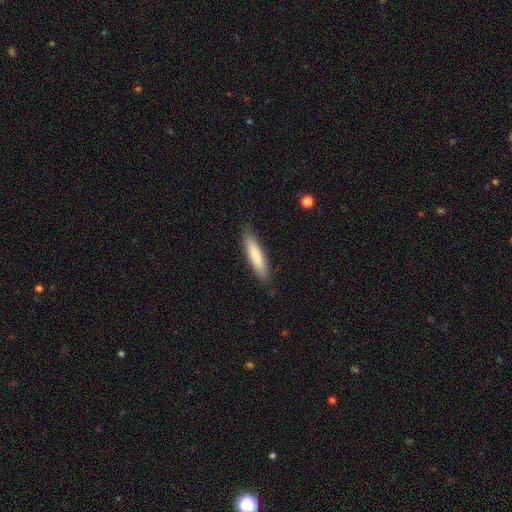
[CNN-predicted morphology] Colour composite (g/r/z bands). It shows a smooth galaxy with no disk features (80%) that is cigar-shaped (78%). Merging: none (85%).